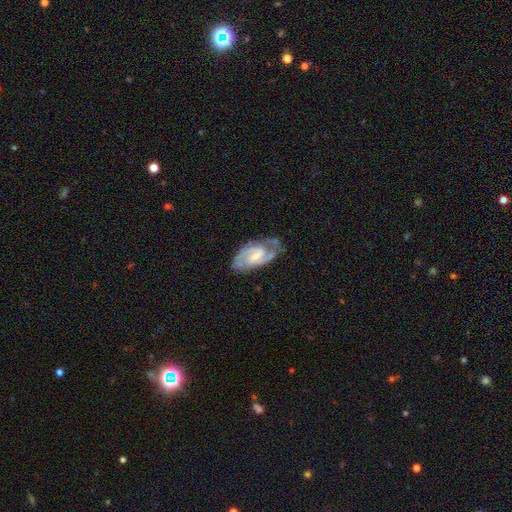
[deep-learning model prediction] Smooth or featured? Predicted: featured or disk (p=0.88). Edge-on disk? Predicted: no (p=0.97). Bar? Predicted: weak (p=0.54). Spiral arms? Predicted: yes (p=0.97). Spiral winding? Predicted: medium (p=0.54). Spiral arm count? Predicted: 2 (p=0.88). Bulge size? Predicted: small (p=0.49). Merging? Predicted: none (p=0.73).